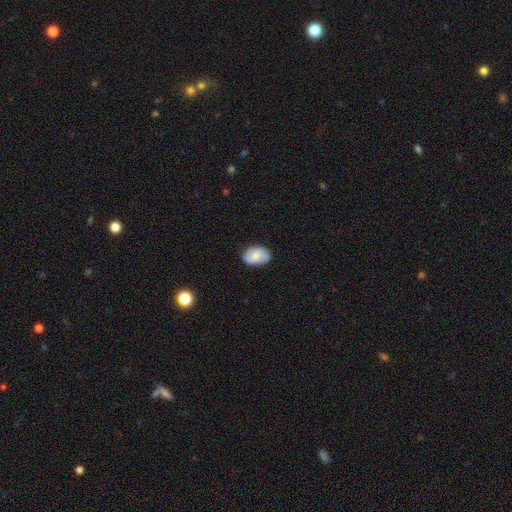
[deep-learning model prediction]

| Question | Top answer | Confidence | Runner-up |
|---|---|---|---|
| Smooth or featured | smooth | 71% | featured or disk (21%) |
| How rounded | in between | 83% | round (16%) |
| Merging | none | 81% | minor disturbance (15%) |